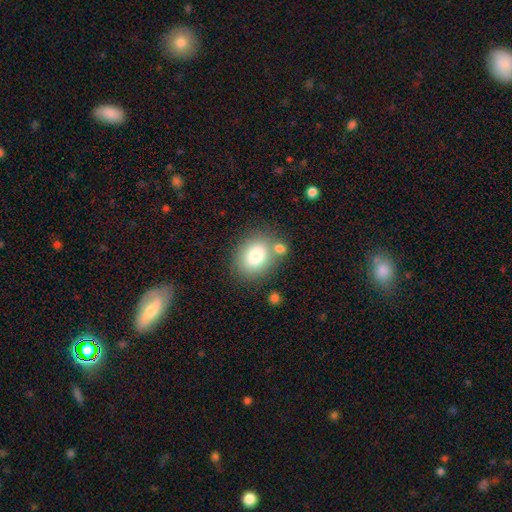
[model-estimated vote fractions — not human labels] Smooth or featured?
  - smooth: 80% *
  - featured or disk: 11%
  - star or artifact: 9%
How rounded?
  - in between: 53% *
  - round: 46%
  - cigar-shaped: 1%
Merging?
  - none: 68% *
  - merger: 14%
  - minor disturbance: 13%
  - major disturbance: 4%